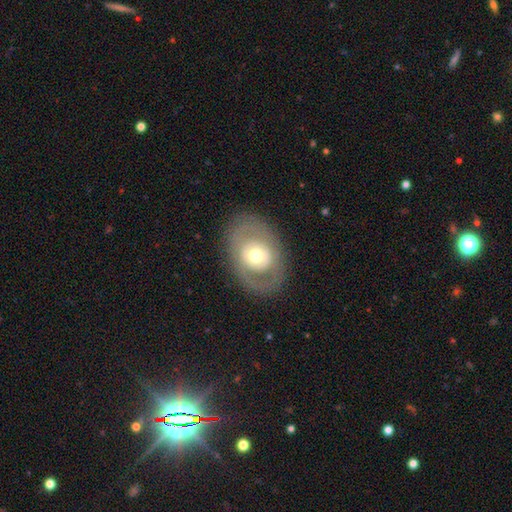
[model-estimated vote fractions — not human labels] Smooth or featured: featured or disk — 53% (smooth — 40%)
Edge-on disk: no — 91% (yes — 9%)
Merging: none — 80% (minor disturbance — 12%)